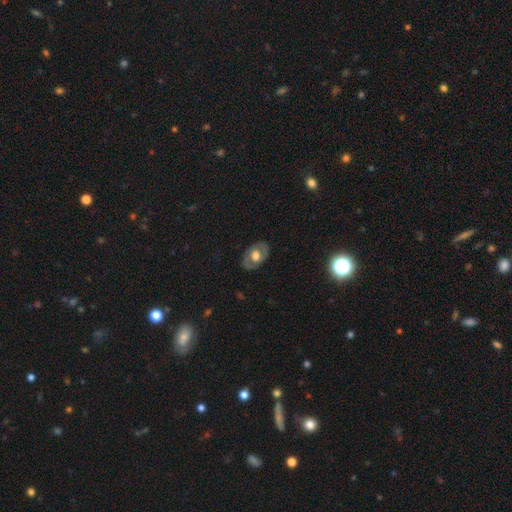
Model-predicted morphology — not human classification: A featured or disk galaxy (57%) with no bar (73%), no spiral arms (63%) and a moderate central bulge (47%).

Vote fractions:
- Smooth or featured? featured or disk: 57% / smooth: 37% / star or artifact: 6%
- Edge-on disk? no: 92% / yes: 8%
- Bar? no: 73% / weak: 21% / strong: 6%
- Spiral arms? no: 63% / yes: 37%
- Bulge size? moderate: 47% / large: 45% / small: 4% / dominant: 3% / none: 2%
- Merging? none: 80% / minor disturbance: 14% / major disturbance: 5% / merger: 1%